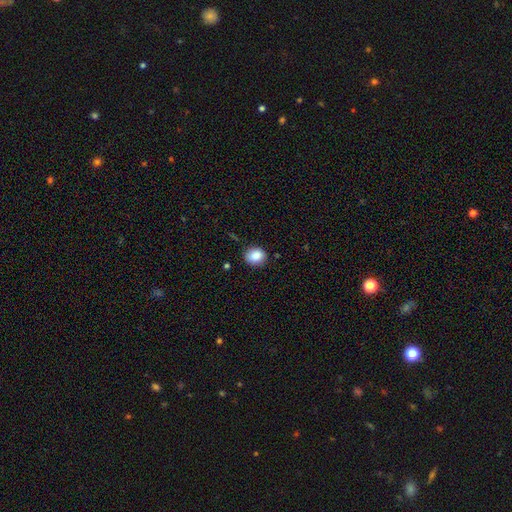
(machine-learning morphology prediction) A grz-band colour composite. It shows a smooth galaxy with no disk features (86%) that is round (66%). Merging: none (83%).